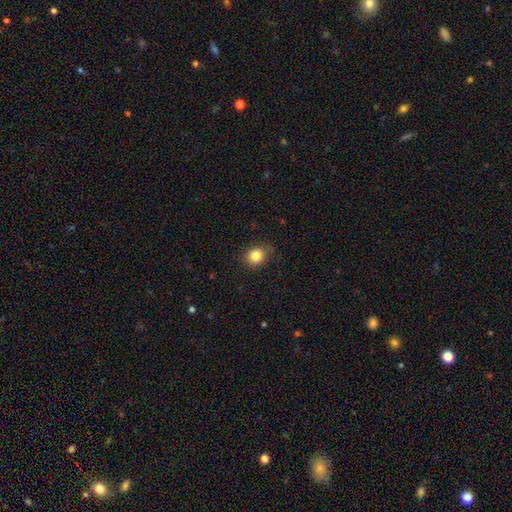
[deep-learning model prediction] The model was most divided on "how rounded": round: 71%, in between: 28%, cigar-shaped: 1%. More confident: smooth or featured — smooth (84%); merging — none (82%).